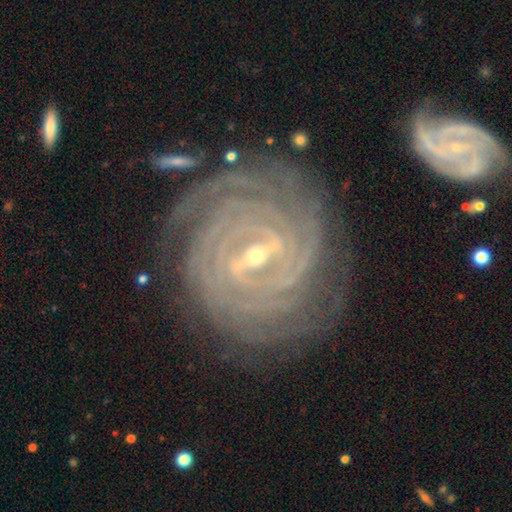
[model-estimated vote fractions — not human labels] Smooth or featured? Predicted: featured or disk (p=0.91). Edge-on disk? Predicted: no (p=0.97). Bar? Predicted: strong (p=0.54). Spiral arms? Predicted: yes (p=0.98). Spiral winding? Predicted: tight (p=0.88). Spiral arm count? Predicted: 4 (p=0.31). Bulge size? Predicted: small (p=0.66). Merging? Predicted: none (p=0.77).